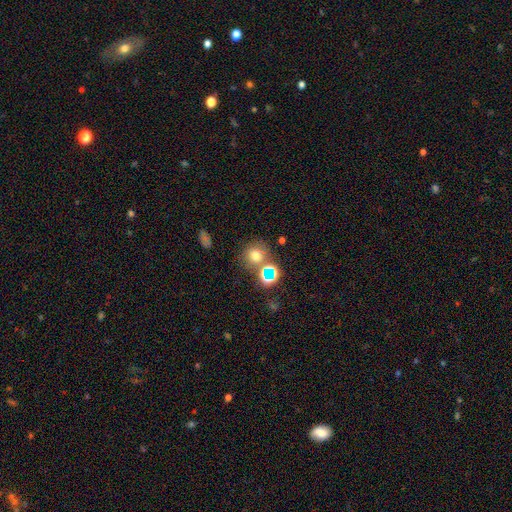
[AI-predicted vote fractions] Q: Smooth or featured?
A: smooth (68%); runner-up: star or artifact (23%)
Q: How rounded?
A: round (84%); runner-up: in between (15%)
Q: Merging?
A: none (64%); runner-up: merger (22%)